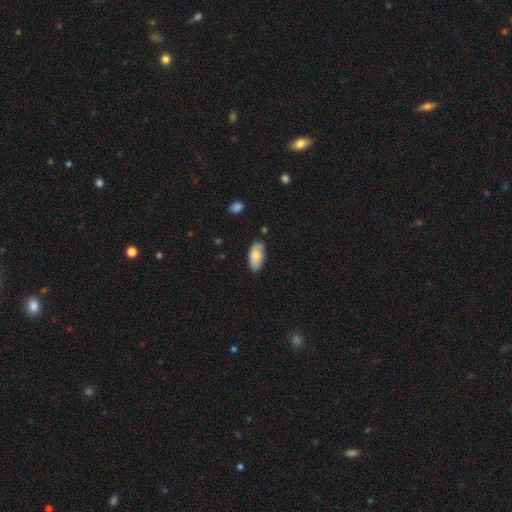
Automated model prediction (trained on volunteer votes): Smooth or featured: smooth — 79% (featured or disk — 15%)
How rounded: in between — 94% (cigar-shaped — 3%)
Merging: none — 77% (minor disturbance — 18%)